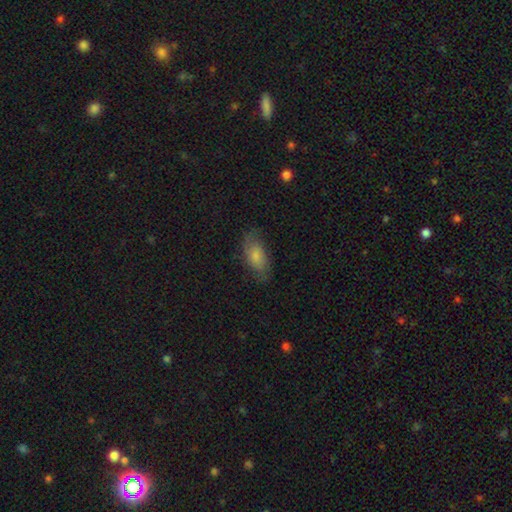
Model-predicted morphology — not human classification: A smooth galaxy with no disk features (65%) that is in between round and cigar-shaped (87%).

Vote fractions:
- Smooth or featured? smooth: 65% / featured or disk: 26% / star or artifact: 8%
- How rounded? in between: 87% / cigar-shaped: 9% / round: 4%
- Merging? none: 74% / minor disturbance: 19% / major disturbance: 6% / merger: 1%